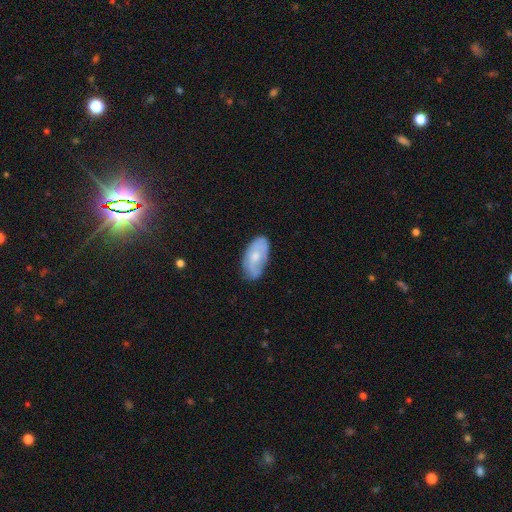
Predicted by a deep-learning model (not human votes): Q: Smooth or featured?
A: smooth (50%); runner-up: featured or disk (44%)
Q: Merging?
A: none (70%); runner-up: minor disturbance (24%)